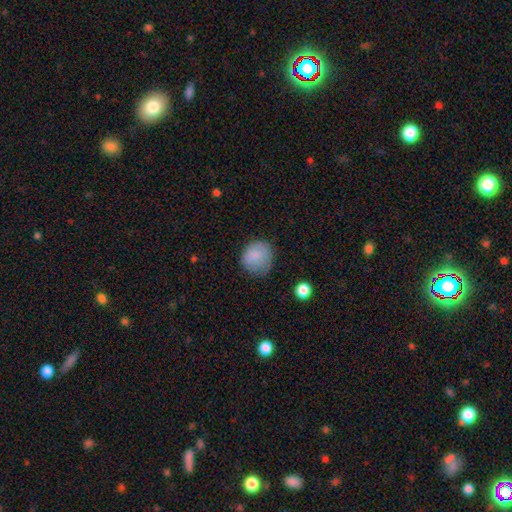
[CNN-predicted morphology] A smooth galaxy with no disk features (84%) that is round (84%).

Vote fractions:
- Smooth or featured? smooth: 84% / featured or disk: 8% / star or artifact: 8%
- How rounded? round: 84% / in between: 15% / cigar-shaped: 1%
- Merging? none: 66% / minor disturbance: 25% / major disturbance: 7% / merger: 1%